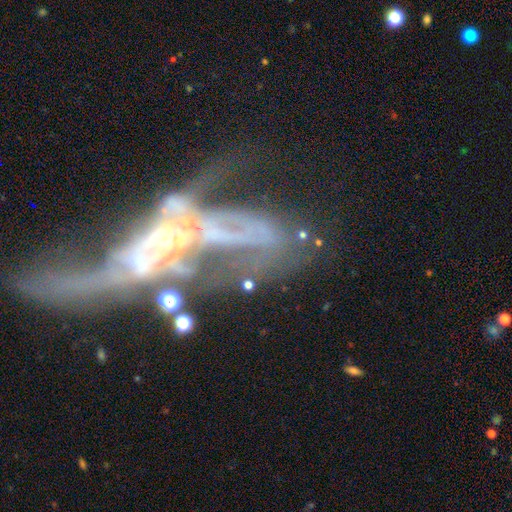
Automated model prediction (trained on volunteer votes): Smooth or featured? featured or disk (74%)
Edge-on disk? no (78%)
Bar? no (63%)
Spiral arms? yes (50%, tied with no)
Bulge size? moderate (34%)
Merging? major disturbance (42%)